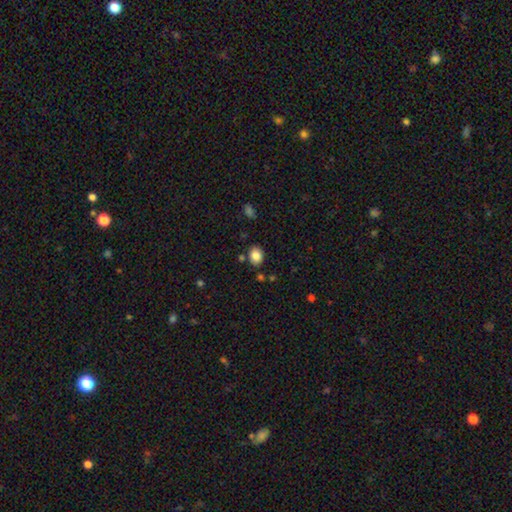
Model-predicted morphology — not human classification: The model was most divided on "how rounded": in between: 60%, round: 40%, cigar-shaped: 1%. More confident: smooth or featured — smooth (84%); merging — none (83%).